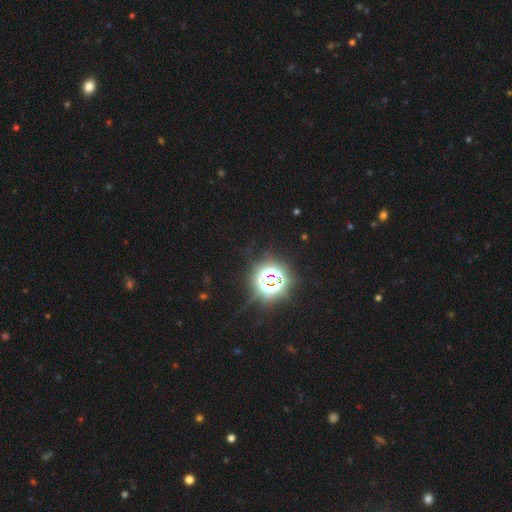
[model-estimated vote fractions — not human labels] smooth_or_featured: star or artifact (p=0.84) [alt: smooth p=0.11]